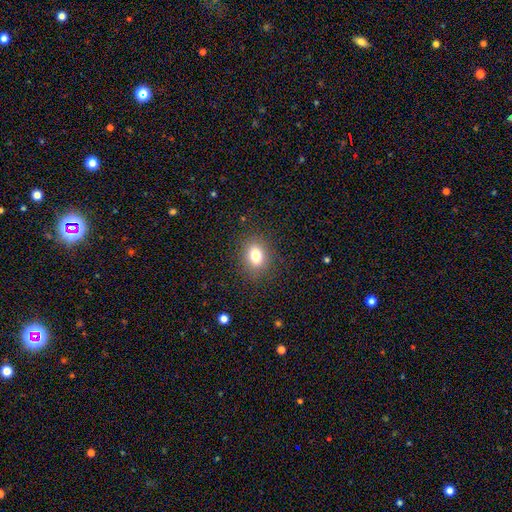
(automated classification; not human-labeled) Q: Smooth or featured?
A: smooth (80%); runner-up: star or artifact (11%)
Q: How rounded?
A: in between (62%); runner-up: round (36%)
Q: Merging?
A: none (87%); runner-up: minor disturbance (9%)